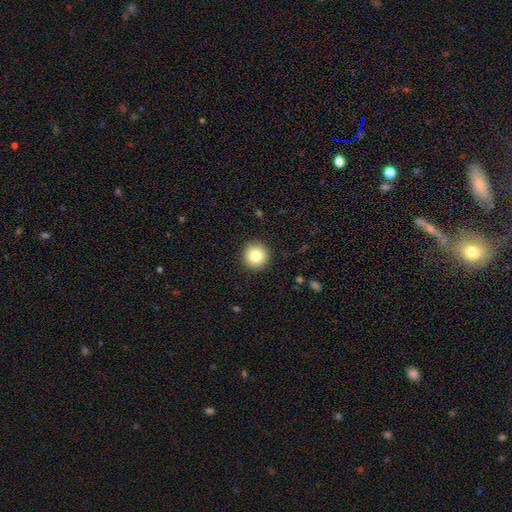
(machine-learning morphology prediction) This appears to be a smooth galaxy with no disk features (80%) that is round (96%). Merging: none (92%).